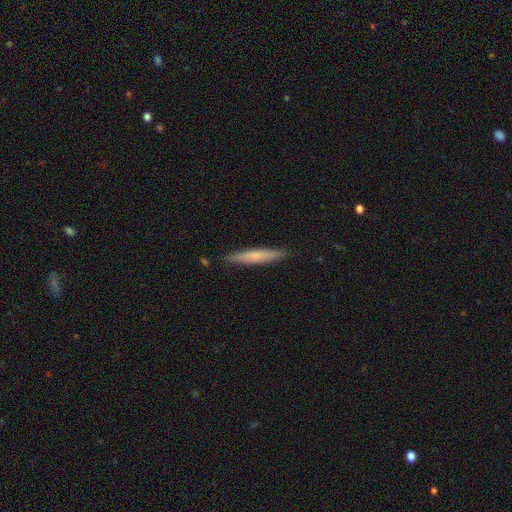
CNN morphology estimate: A smooth galaxy with no disk features (64%) that is cigar-shaped (94%).

Vote fractions:
- Smooth or featured? smooth: 64% / featured or disk: 31% / star or artifact: 6%
- How rounded? cigar-shaped: 94% / in between: 5% / round: 1%
- Merging? none: 89% / minor disturbance: 8% / major disturbance: 2% / merger: 1%